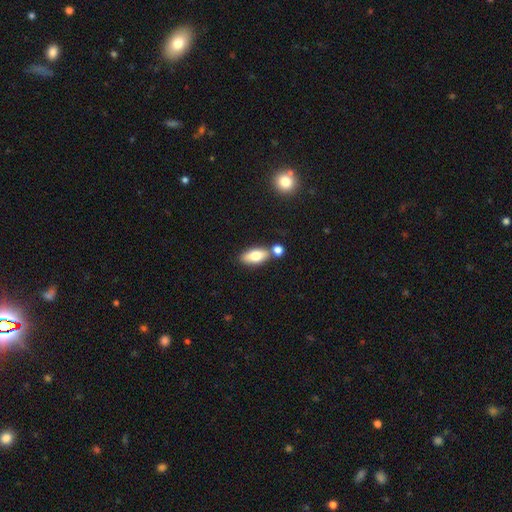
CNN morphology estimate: type=smooth (76%); roundness=in between (86%); merging=none (64%).